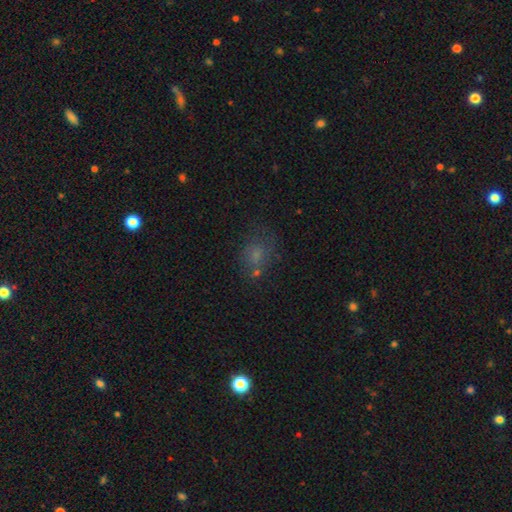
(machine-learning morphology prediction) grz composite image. It shows a smooth galaxy with no disk features (56%) that is round (56%). Merging: none (60%).